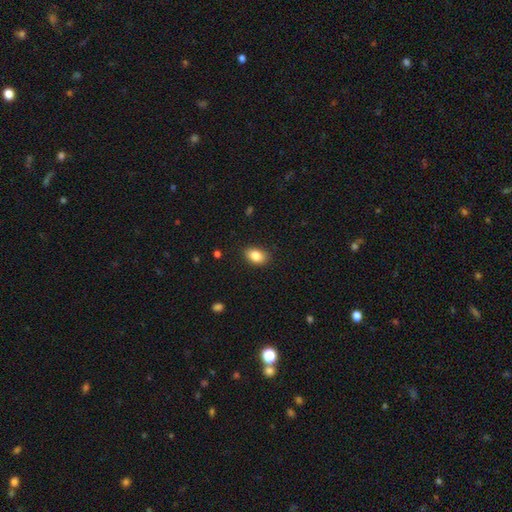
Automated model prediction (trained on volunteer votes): This appears to be a smooth galaxy with no disk features (86%) that is in between round and cigar-shaped (85%). Merging: none (86%).